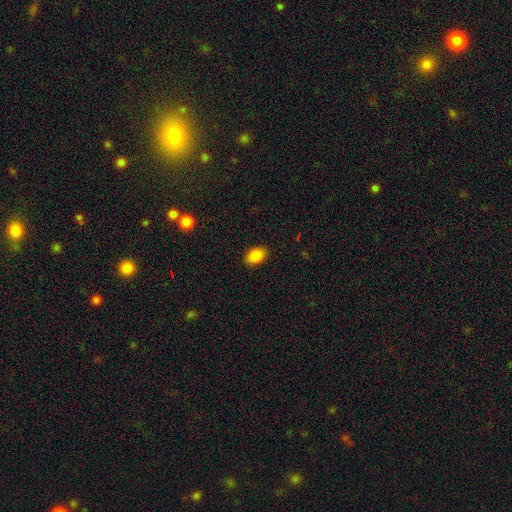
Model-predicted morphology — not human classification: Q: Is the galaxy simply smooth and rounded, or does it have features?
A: smooth — 86%.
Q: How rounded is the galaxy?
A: in between — 85%.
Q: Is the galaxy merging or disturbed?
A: none — 89%.